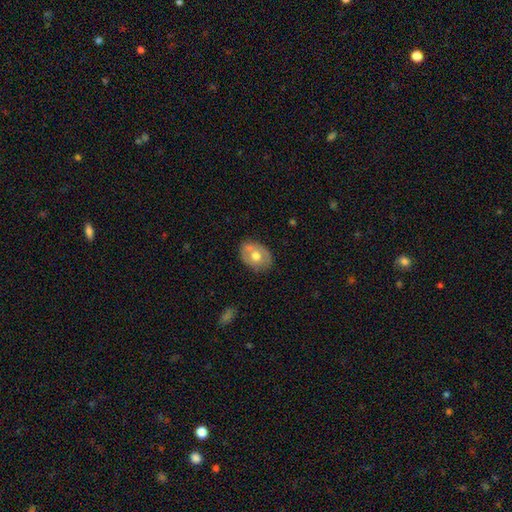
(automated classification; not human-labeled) smooth_or_featured: smooth (p=0.54) [alt: featured or disk p=0.39]
how_rounded: in between (p=0.67) [alt: round p=0.32]
merging: none (p=0.72) [alt: minor disturbance p=0.20]